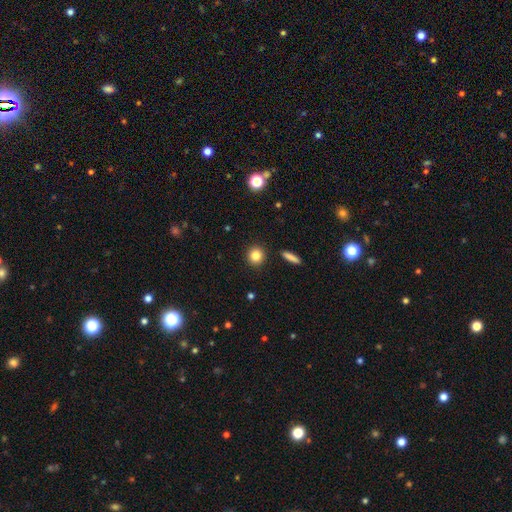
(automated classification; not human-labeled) Overall: smooth (83%). How rounded: round (91%). Merging: none (91%).